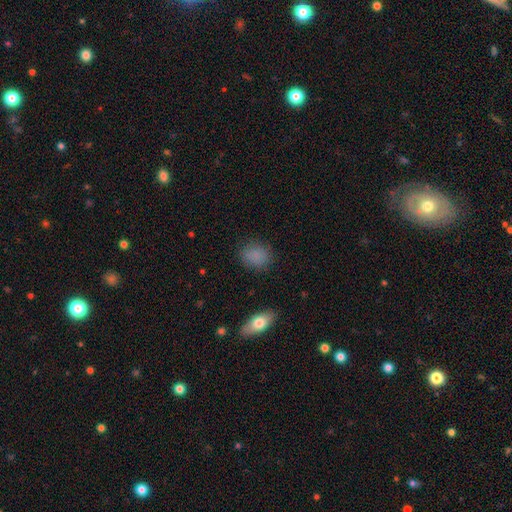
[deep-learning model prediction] This appears to be a smooth galaxy with no disk features (85%) that is round (60%). Merging: none (84%).